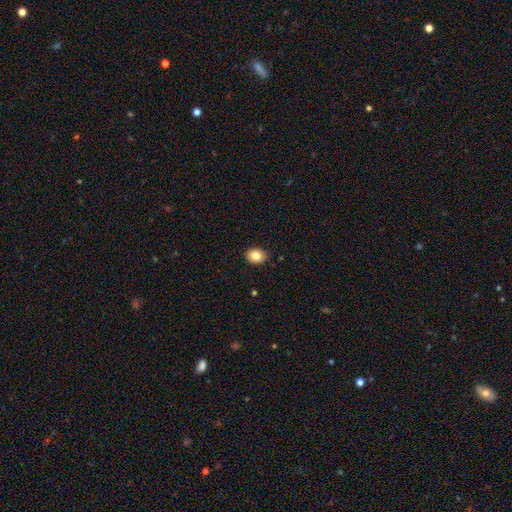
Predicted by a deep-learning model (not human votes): Smooth or featured: smooth — 83% (star or artifact — 9%)
How rounded: in between — 63% (round — 36%)
Merging: none — 88% (minor disturbance — 10%)